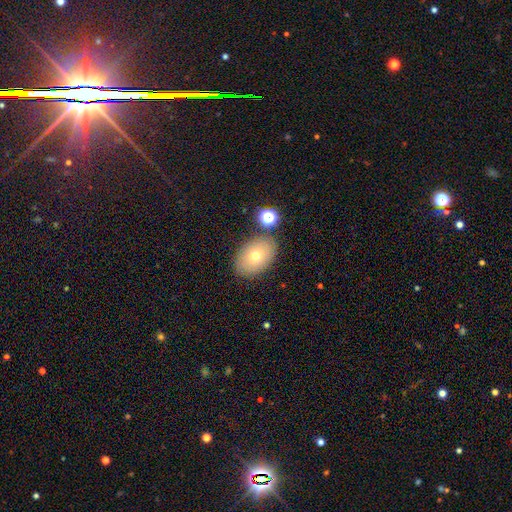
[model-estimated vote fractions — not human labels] Q: Smooth or featured?
A: smooth (71%); runner-up: featured or disk (19%)
Q: How rounded?
A: in between (82%); runner-up: round (17%)
Q: Merging?
A: none (82%); runner-up: minor disturbance (10%)